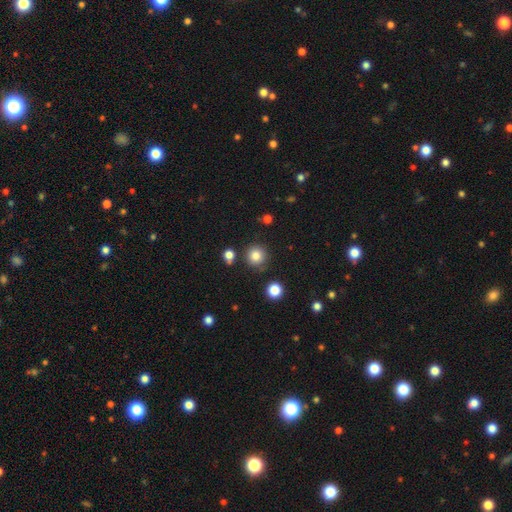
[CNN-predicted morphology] smooth_or_featured: smooth (p=0.82) [alt: star or artifact p=0.12]
how_rounded: round (p=0.94) [alt: in between p=0.05]
merging: none (p=0.85) [alt: minor disturbance p=0.08]